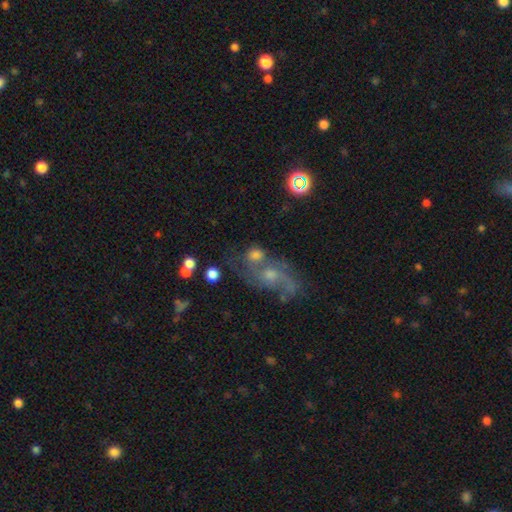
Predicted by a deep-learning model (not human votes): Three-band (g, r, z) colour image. It shows a featured or disk galaxy (46%). Merging: merger (38%).